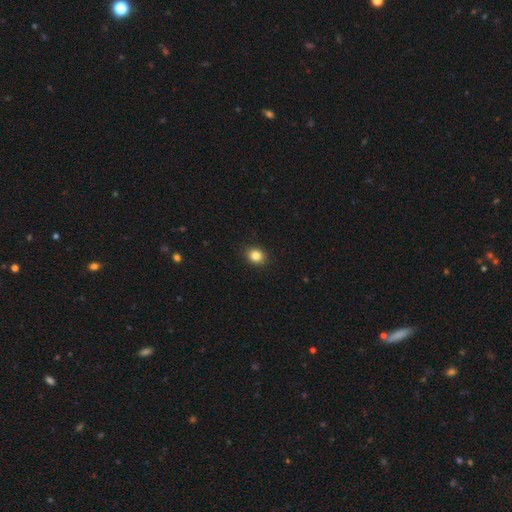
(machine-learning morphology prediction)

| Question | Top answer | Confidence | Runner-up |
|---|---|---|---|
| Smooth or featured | smooth | 85% | star or artifact (10%) |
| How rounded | round | 63% | in between (36%) |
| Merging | none | 91% | minor disturbance (6%) |